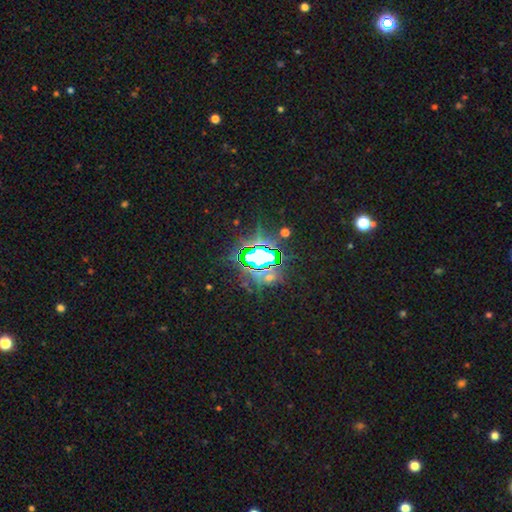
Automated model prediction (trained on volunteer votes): Smooth or featured? Predicted: star or artifact (p=0.79).